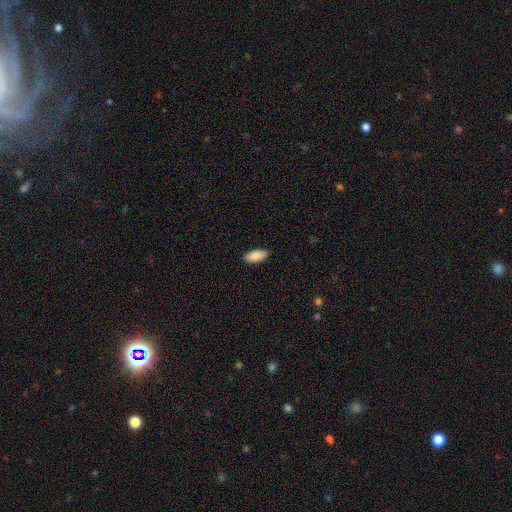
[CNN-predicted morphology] Smooth or featured: smooth — 89% (star or artifact — 6%)
How rounded: in between — 89% (cigar-shaped — 10%)
Merging: none — 89% (minor disturbance — 8%)